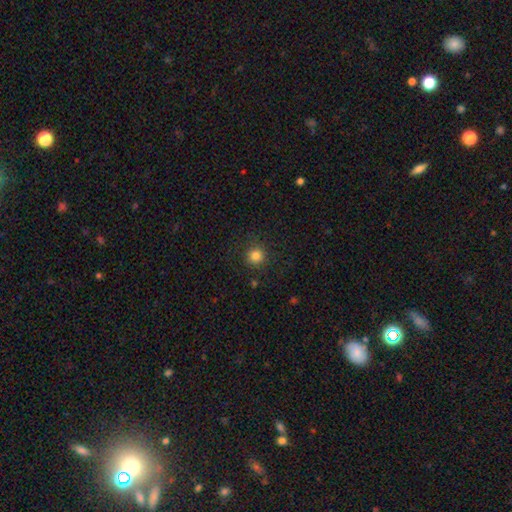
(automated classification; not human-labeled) This appears to be a smooth galaxy with no disk features (83%) that is round (94%). Merging: none (89%).